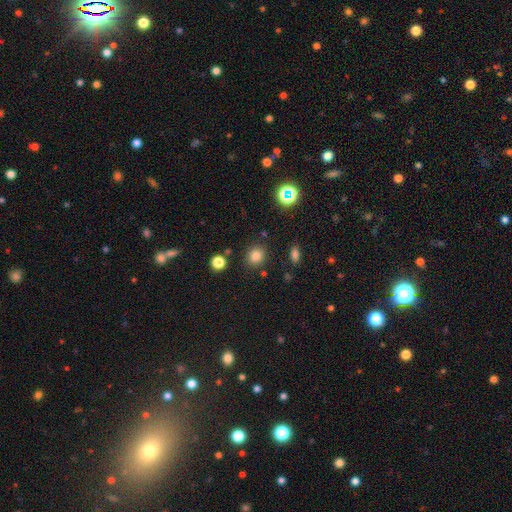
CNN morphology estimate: smooth-or-featured: smooth: 80% | star or artifact: 14% | featured or disk: 5%
  how-rounded: round: 79% | in between: 20% | cigar-shaped: 1%
  merging: none: 85% | minor disturbance: 9% | merger: 3% | major disturbance: 3%